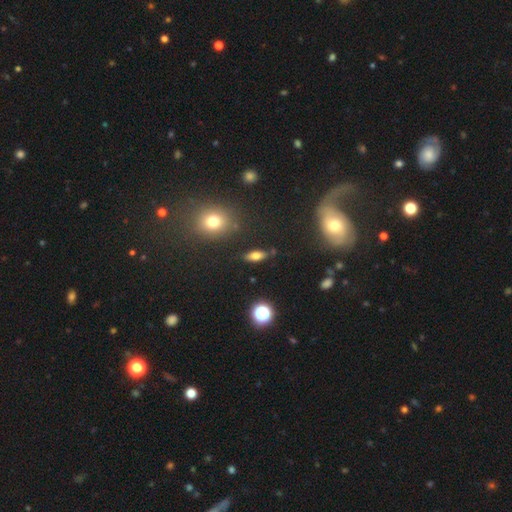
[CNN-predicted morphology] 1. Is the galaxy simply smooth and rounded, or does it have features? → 65% smooth, 21% featured or disk, 13% star or artifact.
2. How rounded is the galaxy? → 68% in between, 26% cigar-shaped, 7% round.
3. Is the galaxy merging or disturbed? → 84% none, 10% minor disturbance, 3% merger, 3% major disturbance.